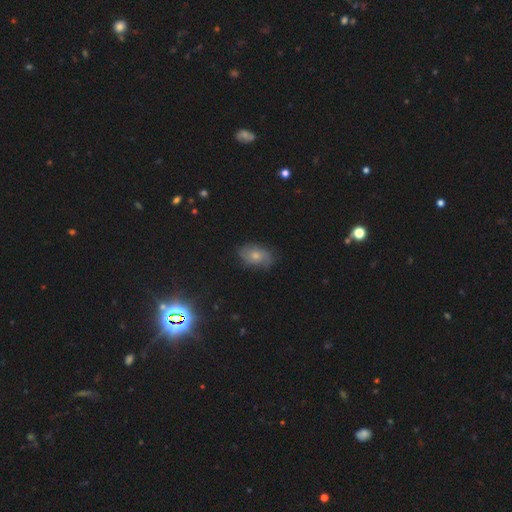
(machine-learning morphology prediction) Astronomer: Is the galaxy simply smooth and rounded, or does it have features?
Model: smooth — 50% (runner-up: featured or disk, 38%).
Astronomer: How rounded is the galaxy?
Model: in between — 81%.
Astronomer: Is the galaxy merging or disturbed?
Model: none — 74%.